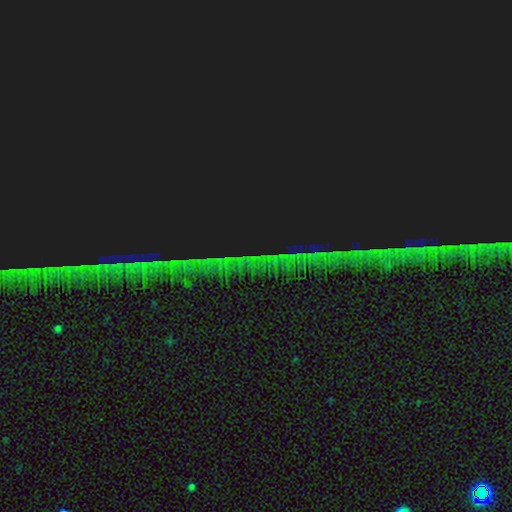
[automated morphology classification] Overall: star or artifact (85%).